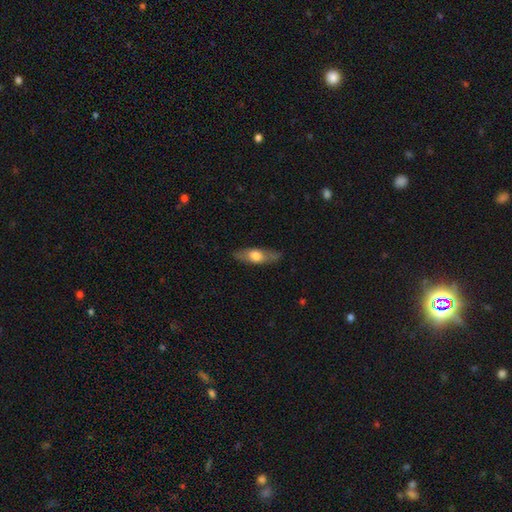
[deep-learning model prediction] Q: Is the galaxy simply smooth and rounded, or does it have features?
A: smooth — 56%.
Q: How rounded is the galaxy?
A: in between — 54%.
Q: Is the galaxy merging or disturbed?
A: none — 81%.